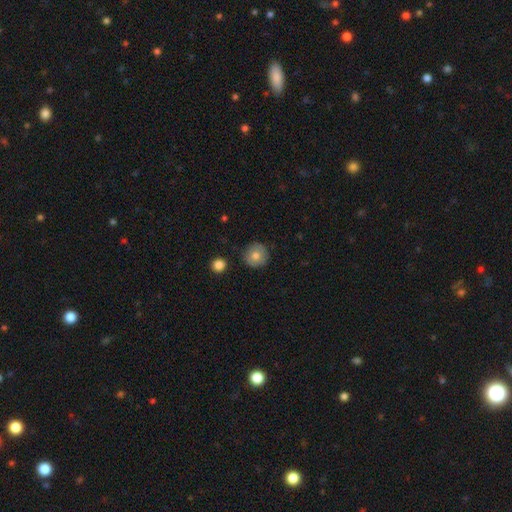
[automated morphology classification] Q: Smooth or featured?
A: smooth (74%); runner-up: featured or disk (18%)
Q: How rounded?
A: round (95%); runner-up: in between (4%)
Q: Merging?
A: none (87%); runner-up: minor disturbance (9%)